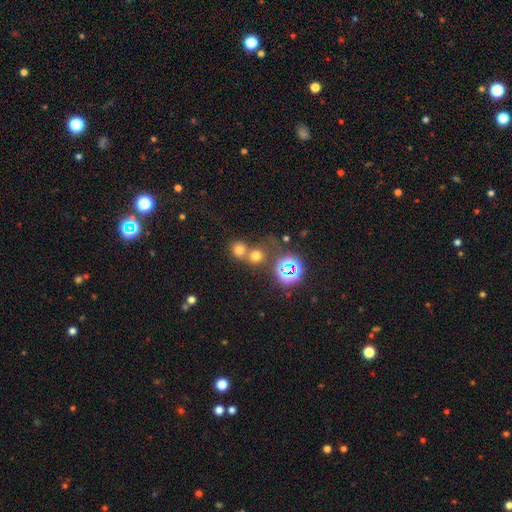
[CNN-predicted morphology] The model was most divided on "merging": none: 52%, merger: 38%, minor disturbance: 7%, major disturbance: 3%. More confident: how rounded — round (85%); smooth or featured — smooth (62%).